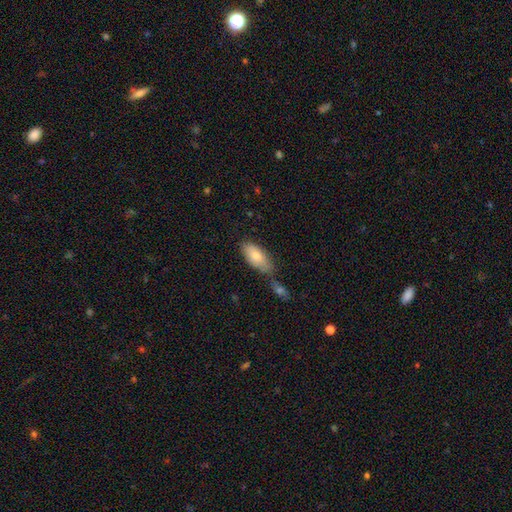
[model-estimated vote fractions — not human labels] smooth_or_featured: smooth (p=0.79) [alt: featured or disk p=0.15]
how_rounded: in between (p=0.90) [alt: cigar-shaped p=0.08]
merging: none (p=0.49) [alt: merger p=0.27]